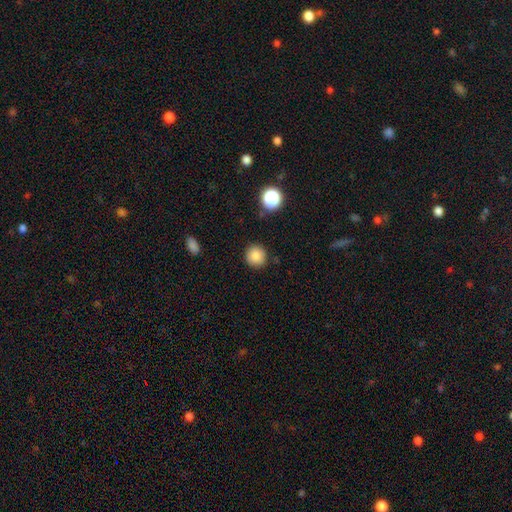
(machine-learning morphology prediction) type=smooth (84%); roundness=round (93%); merging=none (89%).